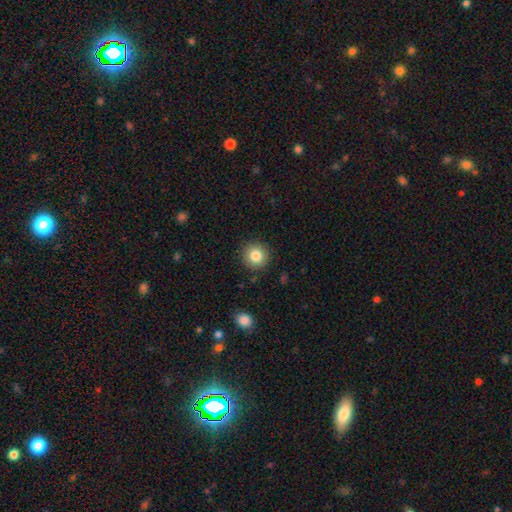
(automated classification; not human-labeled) Q: Smooth or featured?
A: smooth (83%); runner-up: star or artifact (10%)
Q: How rounded?
A: round (93%); runner-up: in between (6%)
Q: Merging?
A: none (90%); runner-up: minor disturbance (7%)